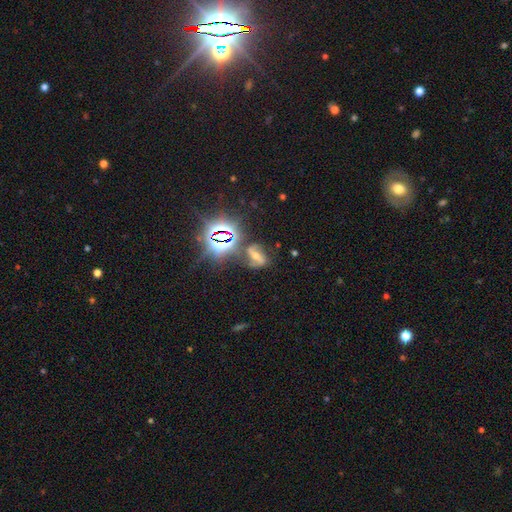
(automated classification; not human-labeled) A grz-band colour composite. It shows a featured or disk galaxy (46%). Merging: none (62%).